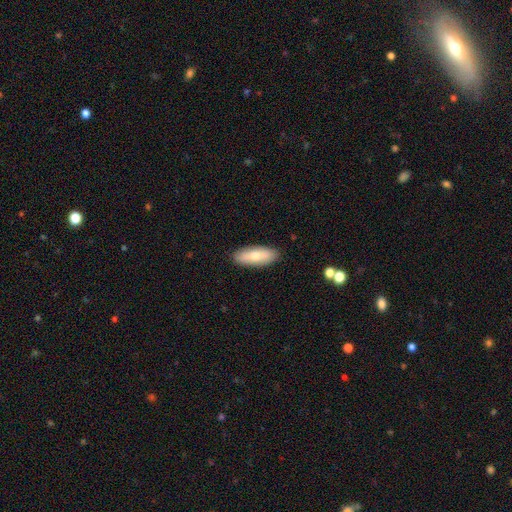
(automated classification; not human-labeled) This is likely a smooth galaxy (71%). How rounded: likely in between (71%). Merging: clearly none (89%).